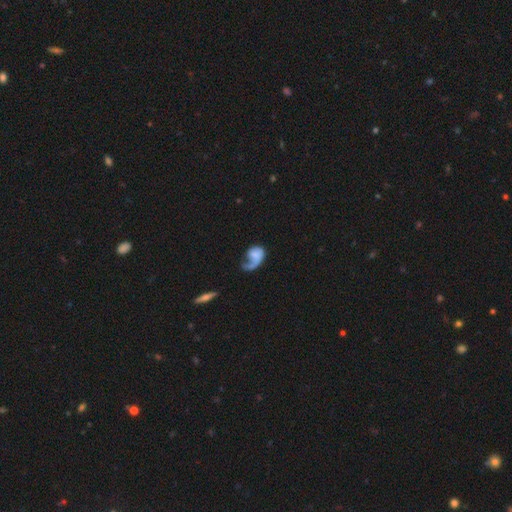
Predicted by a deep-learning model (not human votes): This is possibly a featured or disk galaxy (56%). It is clearly not viewed edge-on (97%). Bar: likely no (79%). Spiral arm pattern: likely yes (79%). Central bulge: possibly none (45%). Merging: possibly major disturbance (48%).